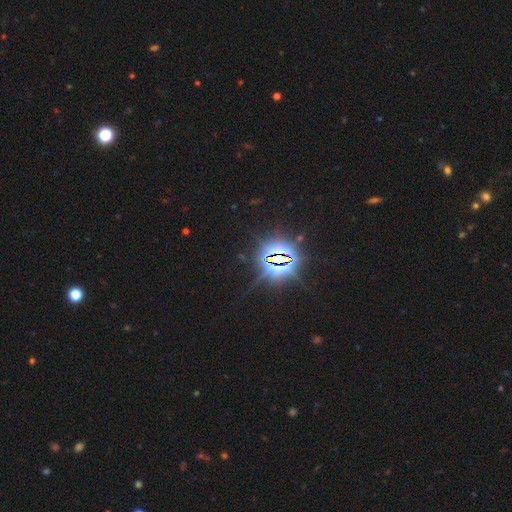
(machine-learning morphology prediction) type=star or artifact (86%).